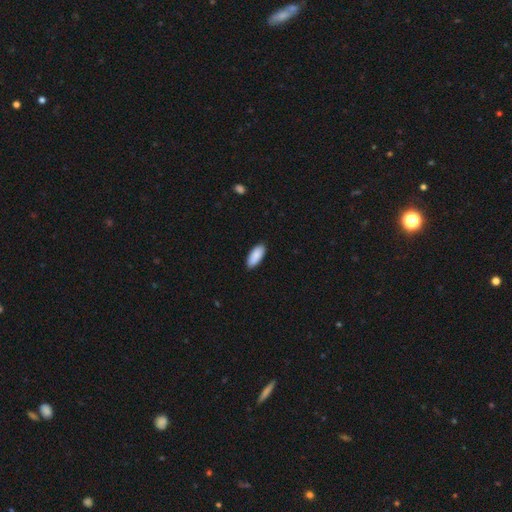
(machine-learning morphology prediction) The model was most divided on "how rounded": in between: 86%, cigar-shaped: 13%, round: 2%. More confident: smooth or featured — smooth (89%); merging — none (88%).